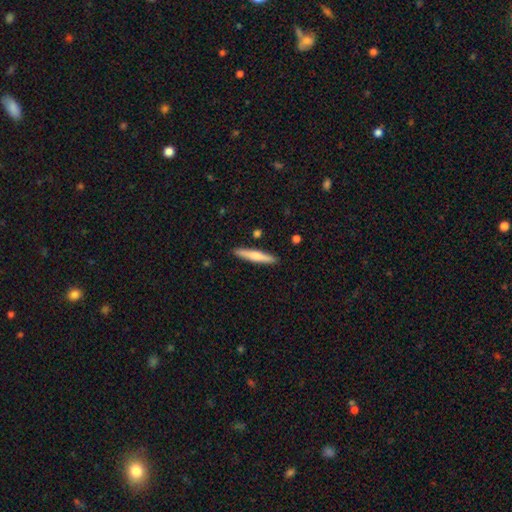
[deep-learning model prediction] Smooth or featured: smooth — 65% (featured or disk — 30%)
How rounded: cigar-shaped — 92% (in between — 7%)
Merging: none — 89% (minor disturbance — 7%)